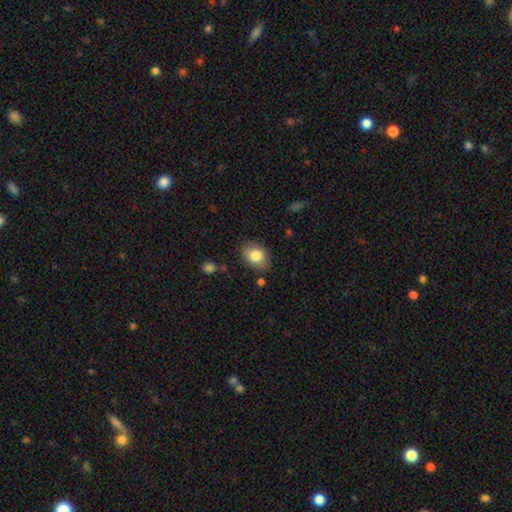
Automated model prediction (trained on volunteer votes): Overall: smooth (83%). How rounded: in between (70%). Merging: none (79%).